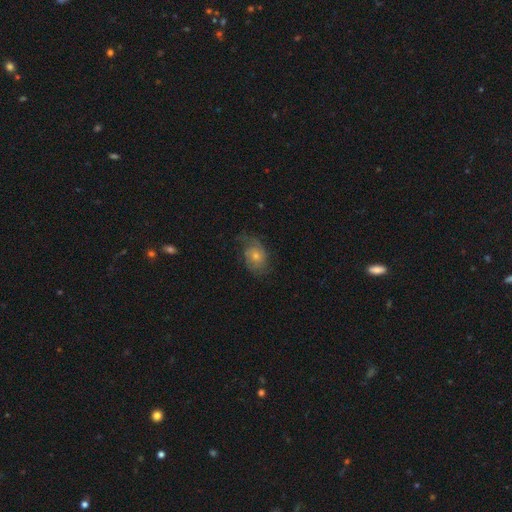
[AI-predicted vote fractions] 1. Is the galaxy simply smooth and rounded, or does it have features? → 47% smooth, 45% featured or disk, 8% star or artifact.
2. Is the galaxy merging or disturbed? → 54% none, 28% minor disturbance, 17% major disturbance, 1% merger.